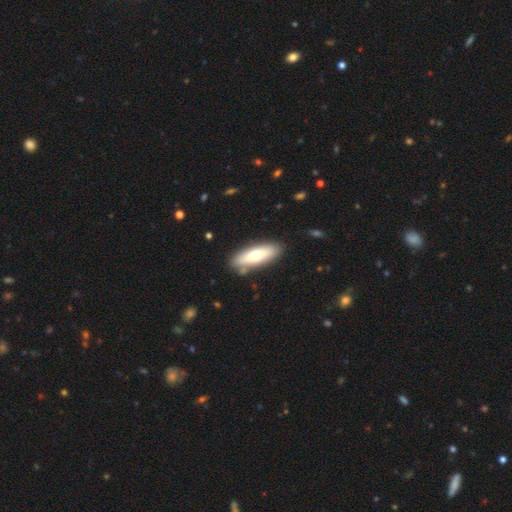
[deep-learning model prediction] Overall: smooth (65%; featured or disk 29%). How rounded: in between (59%; cigar-shaped 38%). Merging: none (84%).